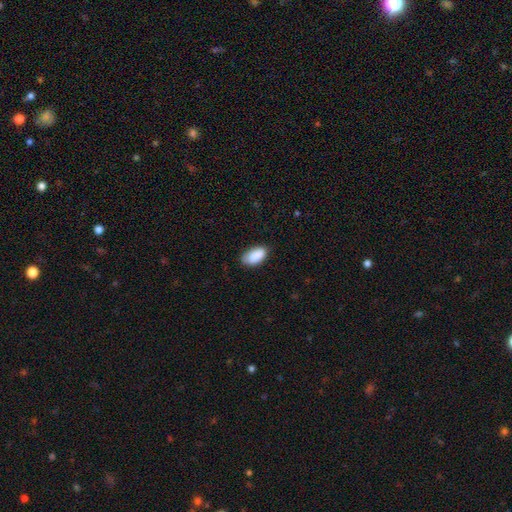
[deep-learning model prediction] smooth_or_featured: smooth (p=0.89) [alt: star or artifact p=0.07]
how_rounded: in between (p=0.94) [alt: cigar-shaped p=0.03]
merging: none (p=0.77) [alt: minor disturbance p=0.19]